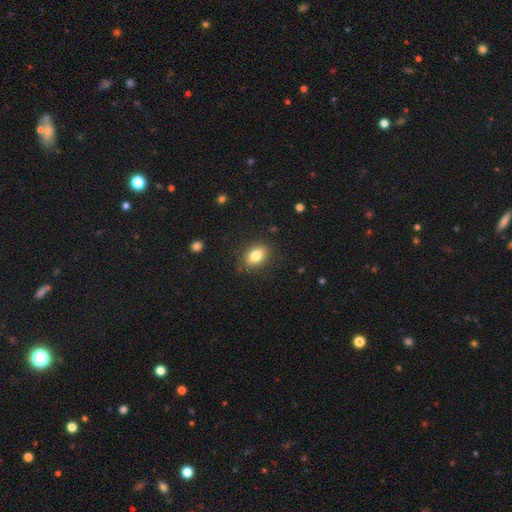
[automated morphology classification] Smooth or featured: smooth — 81% (featured or disk — 10%)
How rounded: in between — 80% (round — 18%)
Merging: none — 86% (minor disturbance — 10%)